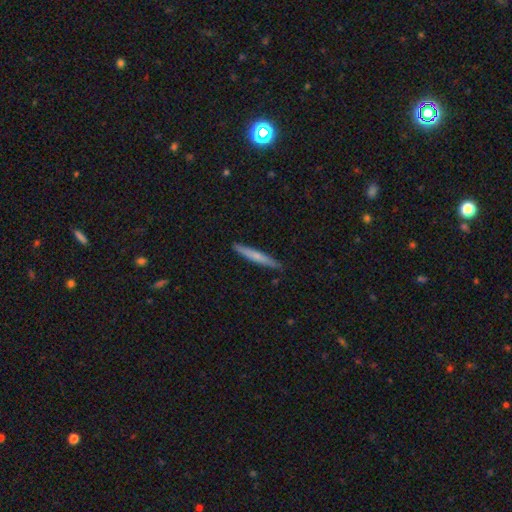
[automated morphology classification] Smooth or featured? smooth (63%)
How rounded? cigar-shaped (95%)
Merging? none (88%)